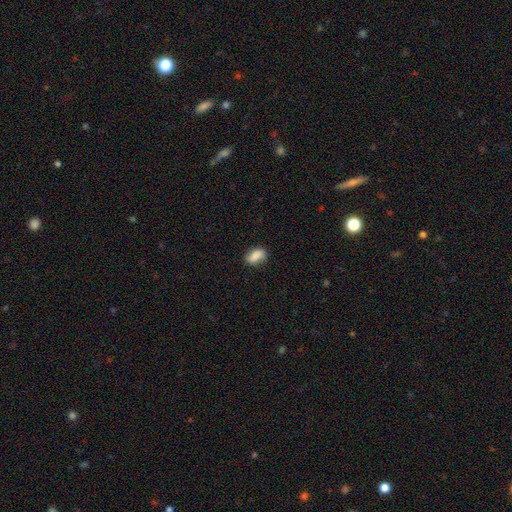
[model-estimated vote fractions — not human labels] This is clearly a smooth galaxy (81%). How rounded: clearly in between (84%). Merging: likely none (78%).